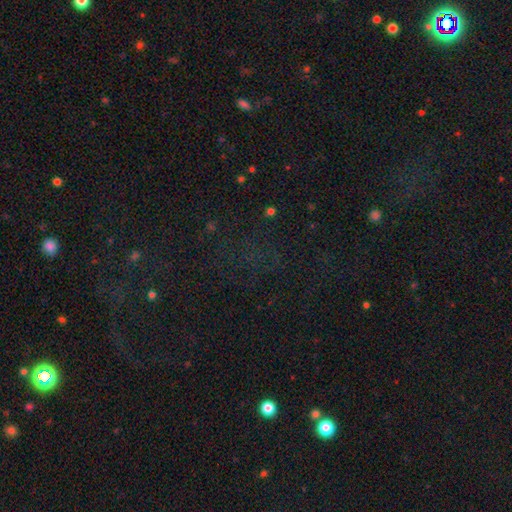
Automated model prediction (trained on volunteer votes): star or artifact 70%, smooth 19%, featured or disk 11%.